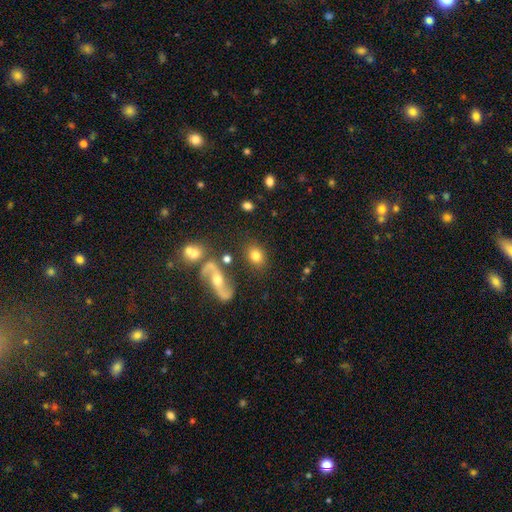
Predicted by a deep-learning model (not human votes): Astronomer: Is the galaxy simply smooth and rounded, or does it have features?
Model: smooth — 73%.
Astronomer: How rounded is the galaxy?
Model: in between — 56% (runner-up: round, 41%).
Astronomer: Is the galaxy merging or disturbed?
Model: none — 78%.